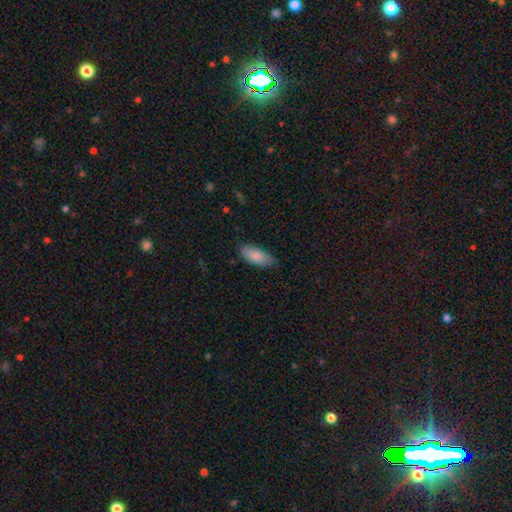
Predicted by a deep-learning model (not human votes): smooth 85%, featured or disk 9%, star or artifact 6%. Down the decision tree: how rounded — in between (86%); merging — none (76%).